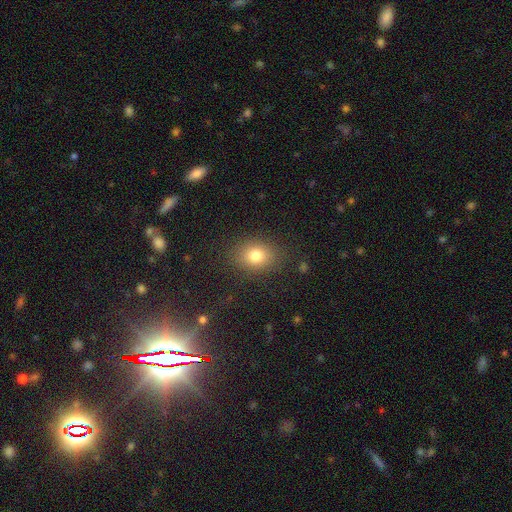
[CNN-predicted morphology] Smooth or featured? Predicted: smooth (p=0.80). How rounded? Predicted: in between (p=0.53). Merging? Predicted: none (p=0.84).